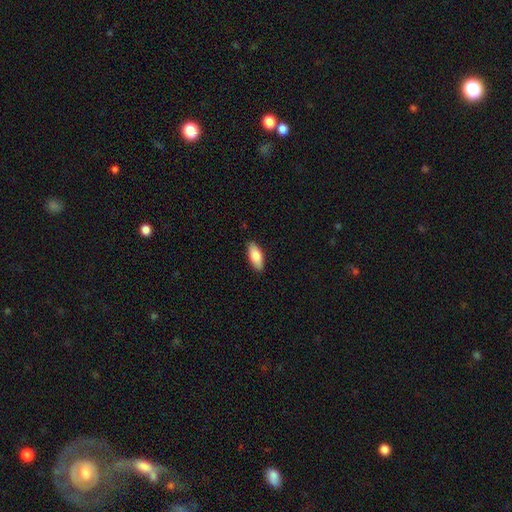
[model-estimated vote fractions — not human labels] A smooth galaxy with no disk features (82%) that is in between round and cigar-shaped (83%).

Vote fractions:
- Smooth or featured? smooth: 82% / featured or disk: 12% / star or artifact: 6%
- How rounded? in between: 83% / cigar-shaped: 15% / round: 2%
- Merging? none: 89% / minor disturbance: 8% / major disturbance: 2% / merger: 1%